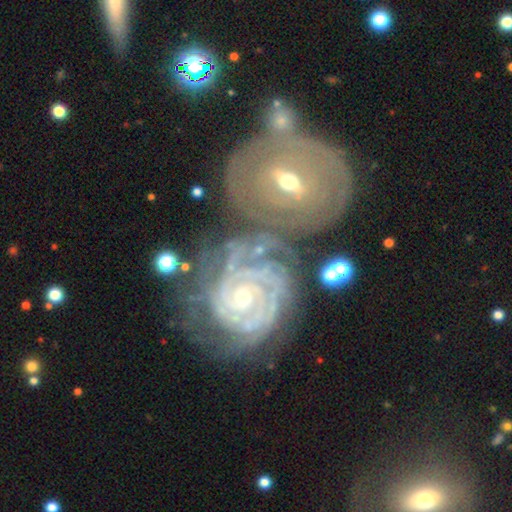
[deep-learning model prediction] Overall: featured or disk (83%). Edge-on disk: no (96%). Bar: no (59%; weak 29%). Spiral arms: yes (90%). Spiral arm count: can't tell (45%; 3 19%). Spiral winding: tight (79%). Bulge size: small (52%; moderate 44%). Merging: merger (42%; none 35%).